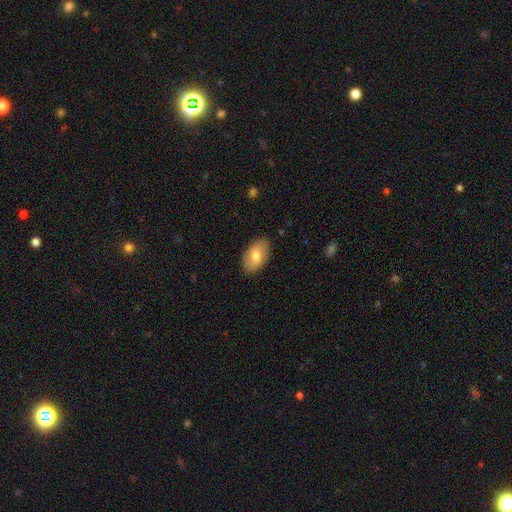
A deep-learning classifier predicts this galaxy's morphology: Q: Smooth or featured?
A: smooth (72%); runner-up: featured or disk (22%)
Q: How rounded?
A: in between (93%); runner-up: round (5%)
Q: Merging?
A: none (86%); runner-up: minor disturbance (11%)